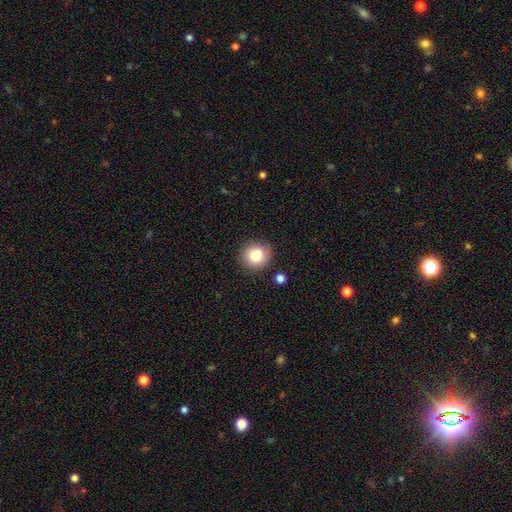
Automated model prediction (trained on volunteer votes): Q: Smooth or featured?
A: smooth (82%); runner-up: star or artifact (10%)
Q: How rounded?
A: round (86%); runner-up: in between (13%)
Q: Merging?
A: none (85%); runner-up: minor disturbance (10%)